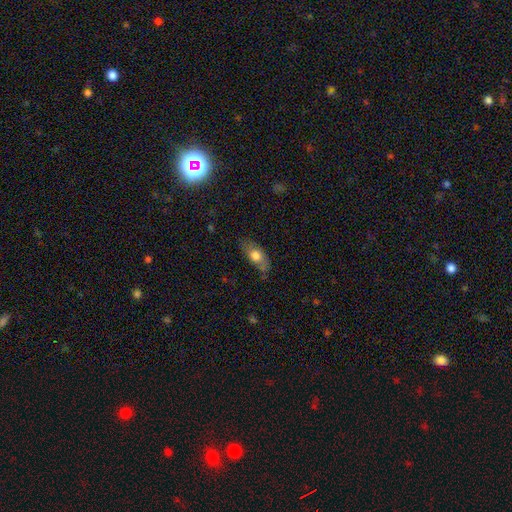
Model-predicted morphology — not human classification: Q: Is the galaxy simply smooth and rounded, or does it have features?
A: smooth — 69%.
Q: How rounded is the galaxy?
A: in between — 79%.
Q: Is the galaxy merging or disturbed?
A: none — 65%.